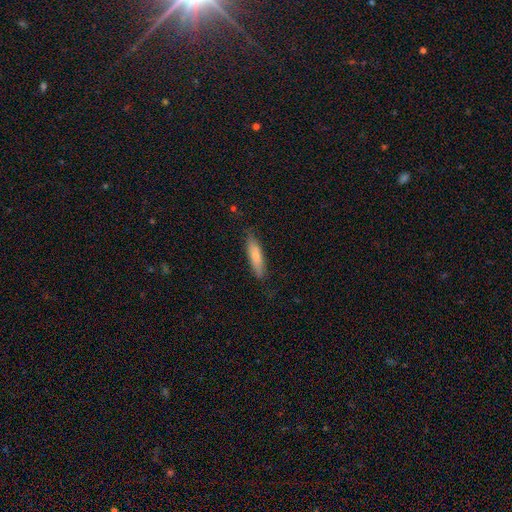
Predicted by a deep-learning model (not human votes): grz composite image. It shows a smooth galaxy with no disk features (79%) that is cigar-shaped (74%). Merging: none (82%).